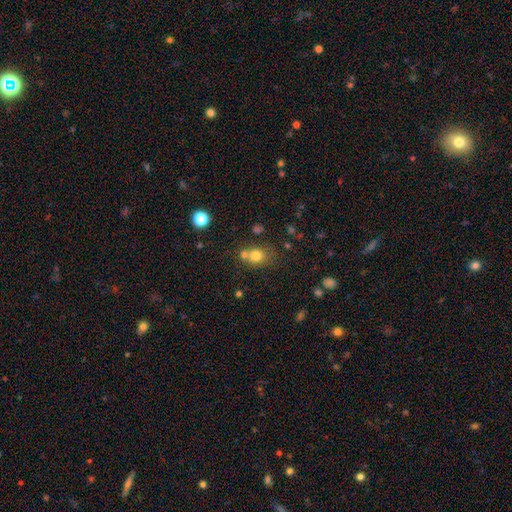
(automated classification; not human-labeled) A smooth galaxy with no disk features (76%) that is round (67%).

Vote fractions:
- Smooth or featured? smooth: 76% / star or artifact: 13% / featured or disk: 11%
- How rounded? round: 67% / in between: 31% / cigar-shaped: 1%
- Merging? none: 50% / merger: 32% / minor disturbance: 13% / major disturbance: 5%